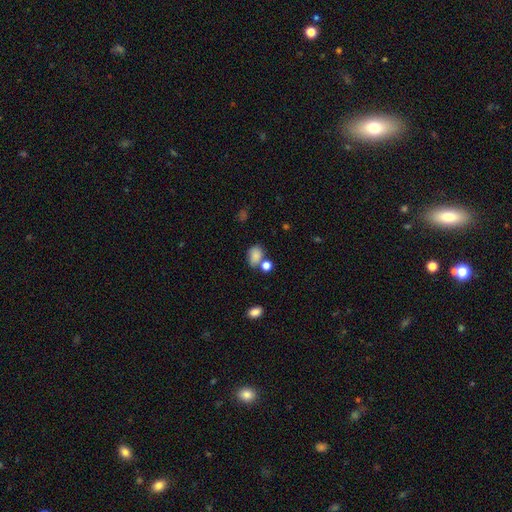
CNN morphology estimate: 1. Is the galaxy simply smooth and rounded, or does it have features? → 81% smooth, 11% star or artifact, 8% featured or disk.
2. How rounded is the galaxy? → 71% in between, 28% round, 1% cigar-shaped.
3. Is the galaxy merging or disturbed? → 51% none, 24% merger, 18% minor disturbance, 7% major disturbance.